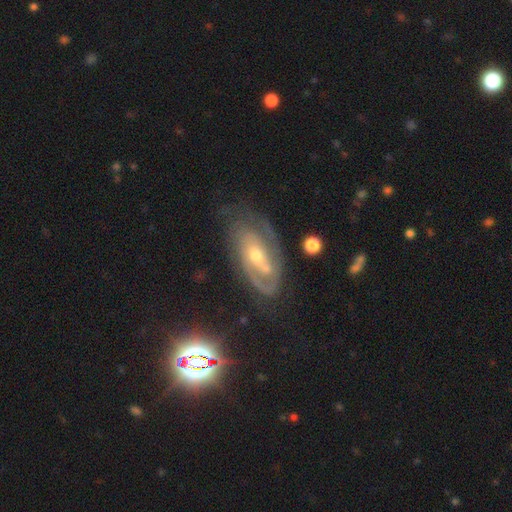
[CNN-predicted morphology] This is clearly a featured or disk galaxy (82%). It is clearly not viewed edge-on (93%). Bar: possibly no (49%). Spiral arm pattern: clearly yes (91%). Spiral arm count: possibly 2 (49%). Spiral winding: possibly tight (55%). Central bulge: possibly moderate (48%). Merging: likely none (62%).